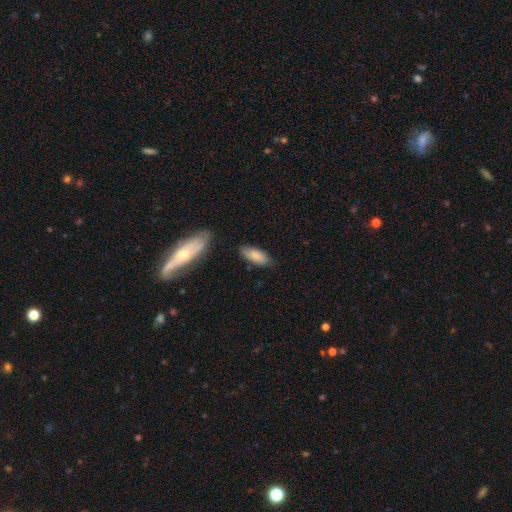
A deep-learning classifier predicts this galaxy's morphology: Smooth or featured: smooth — 83% (featured or disk — 10%)
How rounded: in between — 79% (cigar-shaped — 19%)
Merging: none — 75% (minor disturbance — 18%)